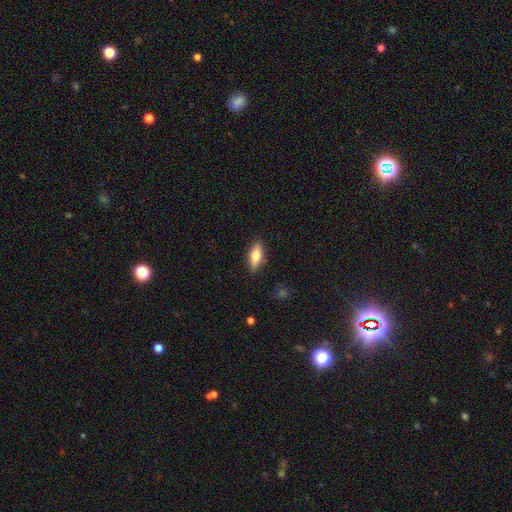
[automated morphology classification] Smooth or featured? Predicted: smooth (p=0.66). How rounded? Predicted: in between (p=0.68). Merging? Predicted: none (p=0.85).